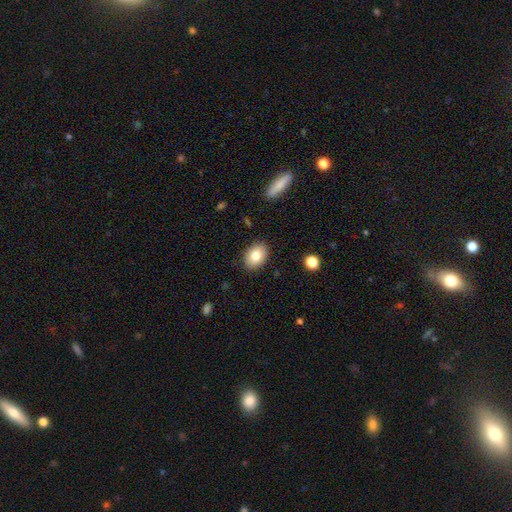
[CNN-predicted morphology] Smooth or featured?
  - smooth: 82% *
  - featured or disk: 10%
  - star or artifact: 8%
How rounded?
  - in between: 77% *
  - round: 22%
  - cigar-shaped: 1%
Merging?
  - none: 88% *
  - minor disturbance: 9%
  - major disturbance: 2%
  - merger: 1%